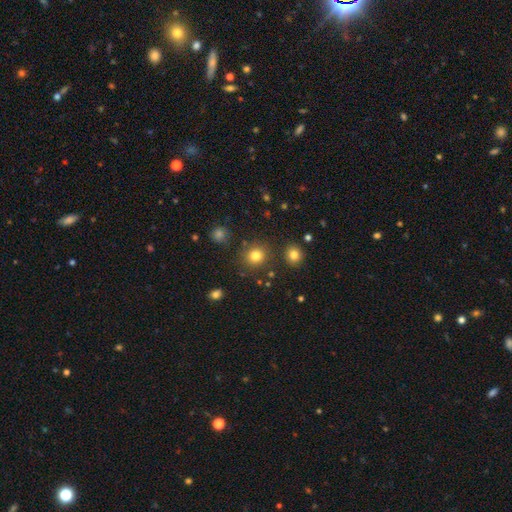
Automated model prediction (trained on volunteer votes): smooth 80%, star or artifact 14%, featured or disk 6%. Down the decision tree: how rounded — round (86%); merging — none (85%).